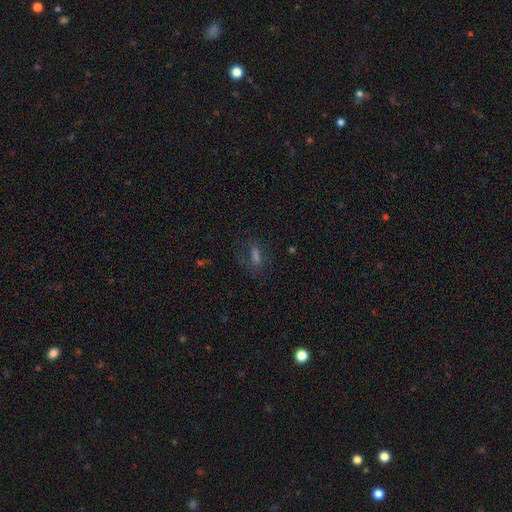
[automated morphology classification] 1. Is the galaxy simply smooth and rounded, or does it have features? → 48% smooth, 29% star or artifact, 24% featured or disk.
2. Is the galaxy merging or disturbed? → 65% none, 17% minor disturbance, 16% major disturbance, 2% merger.